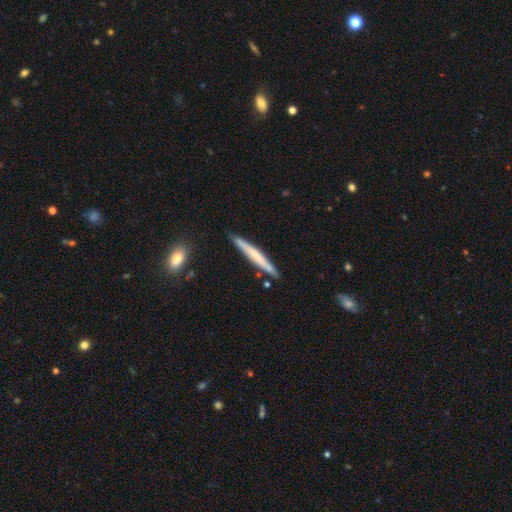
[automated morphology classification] This appears to be a smooth galaxy with no disk features (53%) that is cigar-shaped (96%). Merging: none (86%).